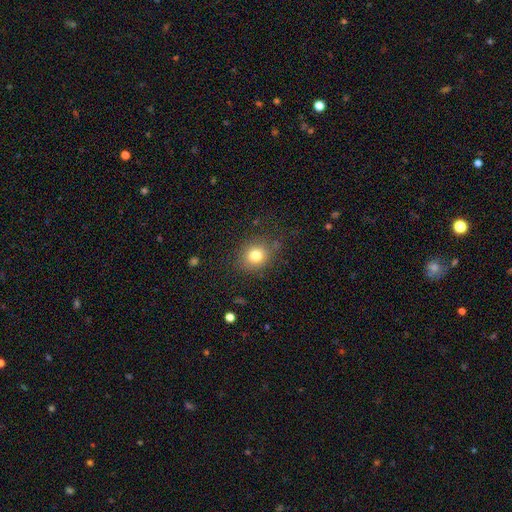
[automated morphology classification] Smooth or featured? smooth (78%)
How rounded? round (75%)
Merging? none (79%)